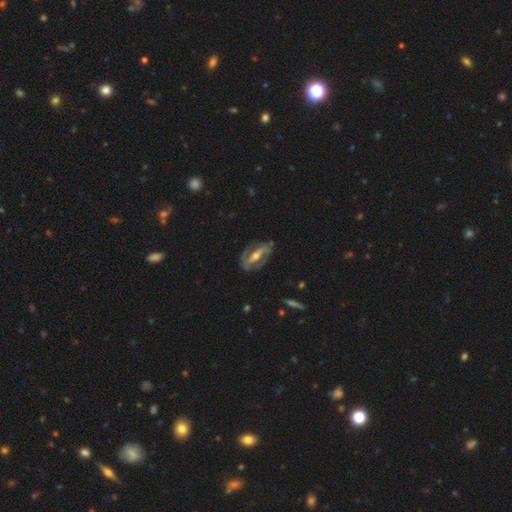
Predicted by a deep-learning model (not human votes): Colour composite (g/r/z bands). It shows a featured or disk galaxy (80%) with a strong bar (58%), 2 (78%) medium (41%) spiral arms (73%) and a moderate central bulge (64%). Merging: none (75%).